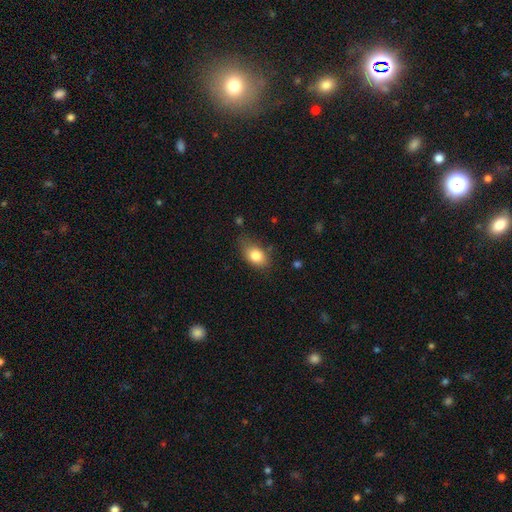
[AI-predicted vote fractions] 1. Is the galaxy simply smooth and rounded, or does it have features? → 82% smooth, 10% featured or disk, 8% star or artifact.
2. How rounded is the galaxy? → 83% in between, 15% round, 2% cigar-shaped.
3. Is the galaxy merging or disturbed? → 66% none, 25% minor disturbance, 6% major disturbance, 2% merger.